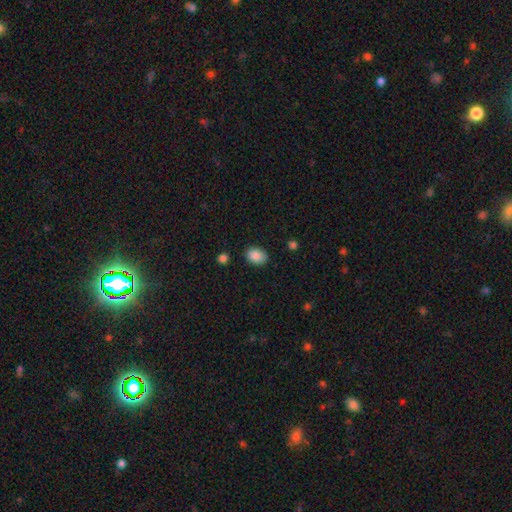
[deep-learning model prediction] Morphology: type=smooth (89%); roundness=in between (76%); merging=none (83%).